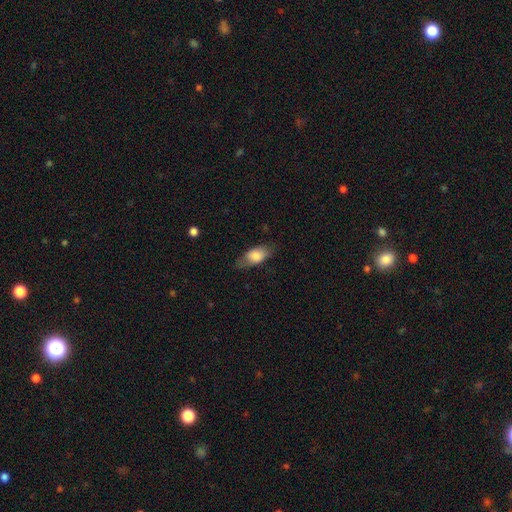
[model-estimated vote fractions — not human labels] Overall: smooth (74%). How rounded: in between (84%). Merging: none (70%).